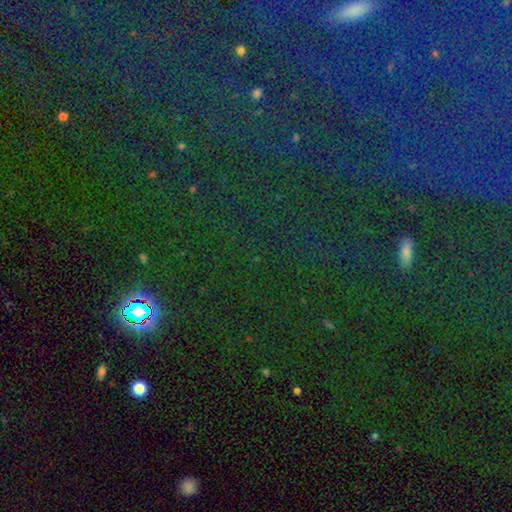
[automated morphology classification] This is likely a star or artifact rather than a galaxy (78%).